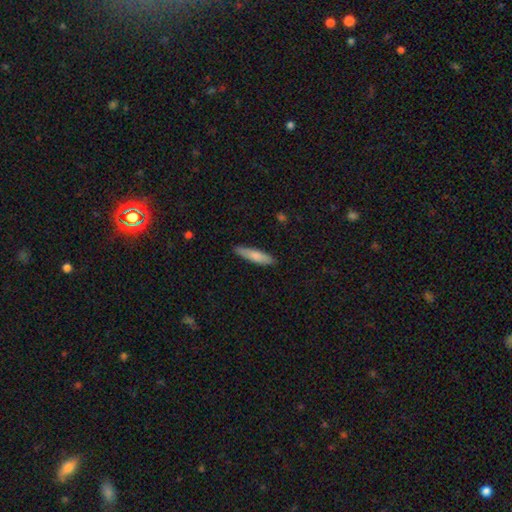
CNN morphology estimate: This appears to be a smooth galaxy with no disk features (78%) that is cigar-shaped (77%). Merging: none (87%).